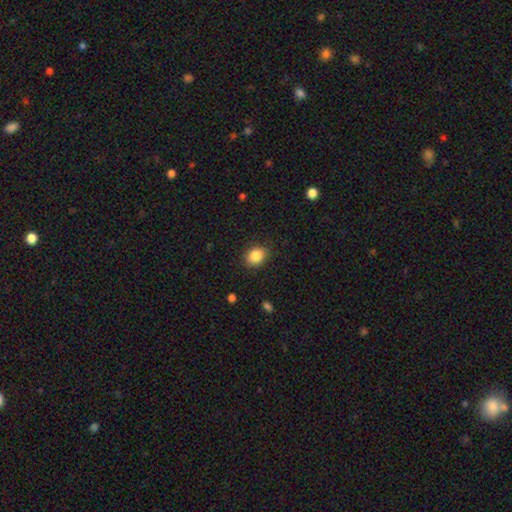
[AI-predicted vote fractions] A smooth galaxy with no disk features (86%) that is in between round and cigar-shaped (63%).

Vote fractions:
- Smooth or featured? smooth: 86% / star or artifact: 9% / featured or disk: 5%
- How rounded? in between: 63% / round: 36% / cigar-shaped: 1%
- Merging? none: 86% / minor disturbance: 10% / major disturbance: 3% / merger: 1%